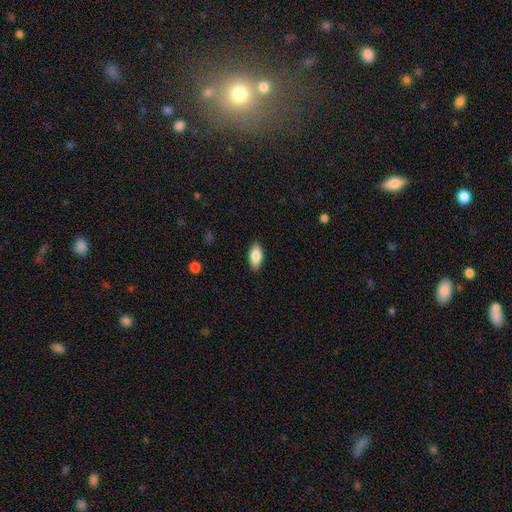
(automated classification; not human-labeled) Q: Smooth or featured?
A: smooth (82%); runner-up: featured or disk (11%)
Q: How rounded?
A: in between (88%); runner-up: cigar-shaped (10%)
Q: Merging?
A: none (88%); runner-up: minor disturbance (9%)